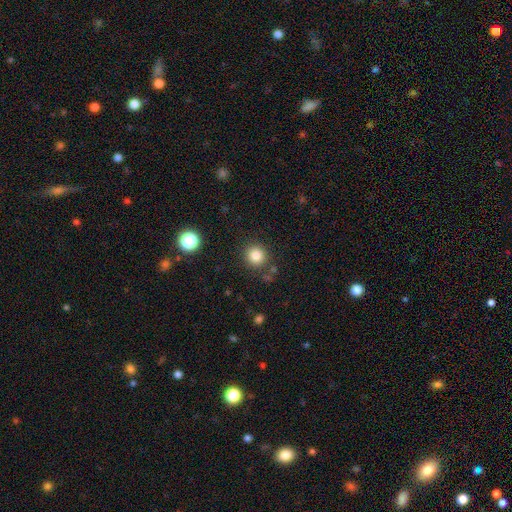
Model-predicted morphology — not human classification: Overall: smooth (84%). How rounded: round (91%). Merging: none (85%).